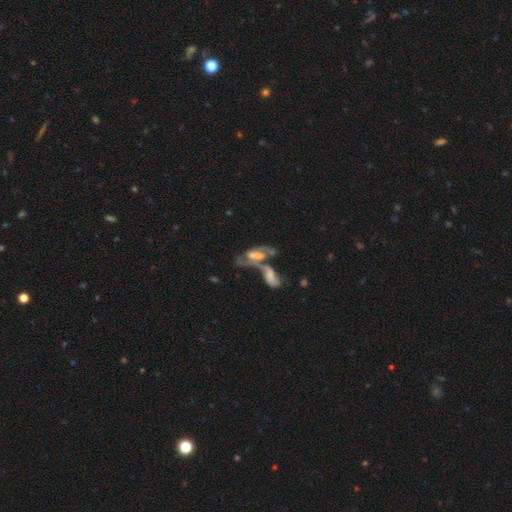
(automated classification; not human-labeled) This appears to be a featured or disk galaxy (58%). Merging: merger (61%).